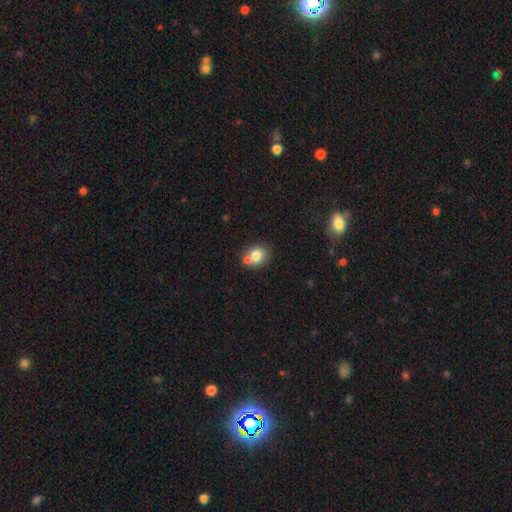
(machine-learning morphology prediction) smooth_or_featured: smooth (p=0.78) [alt: featured or disk p=0.12]
how_rounded: round (p=0.64) [alt: in between p=0.35]
merging: none (p=0.53) [alt: merger p=0.31]